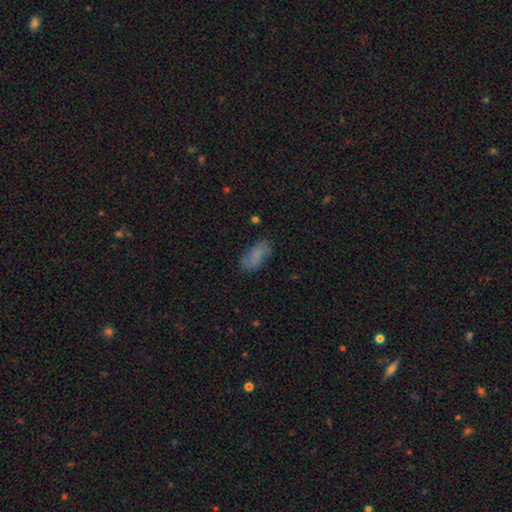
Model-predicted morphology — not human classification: Smooth or featured: smooth — 69% (featured or disk — 21%)
How rounded: in between — 87% (cigar-shaped — 10%)
Merging: none — 65% (minor disturbance — 23%)